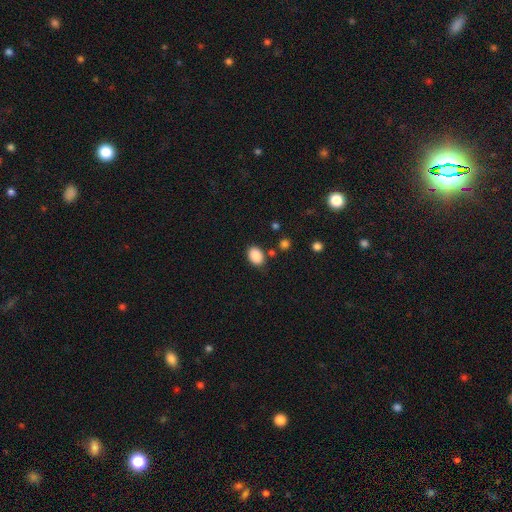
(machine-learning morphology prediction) A smooth galaxy with no disk features (88%) that is in between round and cigar-shaped (77%).

Vote fractions:
- Smooth or featured? smooth: 88% / star or artifact: 9% / featured or disk: 3%
- How rounded? in between: 77% / round: 22% / cigar-shaped: 1%
- Merging? none: 80% / minor disturbance: 13% / merger: 4% / major disturbance: 4%